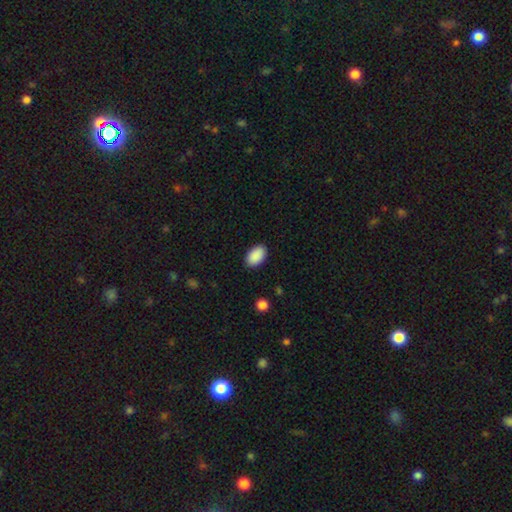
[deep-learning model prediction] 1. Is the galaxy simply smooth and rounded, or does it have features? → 91% smooth, 6% star or artifact, 3% featured or disk.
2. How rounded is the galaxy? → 93% in between, 6% round, 1% cigar-shaped.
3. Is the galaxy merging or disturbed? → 89% none, 8% minor disturbance, 2% major disturbance, 1% merger.